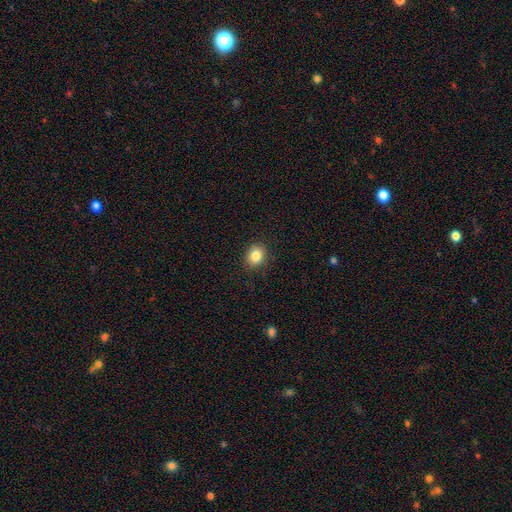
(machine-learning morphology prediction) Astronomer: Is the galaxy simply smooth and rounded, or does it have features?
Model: smooth — 84%.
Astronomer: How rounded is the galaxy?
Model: round — 57% (runner-up: in between, 42%).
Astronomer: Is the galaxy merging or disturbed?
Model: none — 89%.